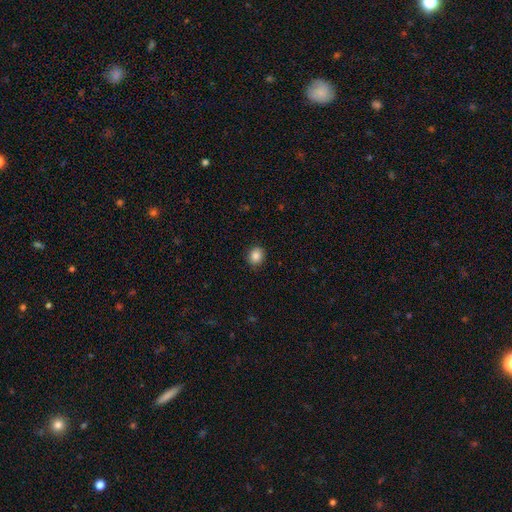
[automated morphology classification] Overall: smooth (86%). How rounded: round (76%). Merging: none (90%).